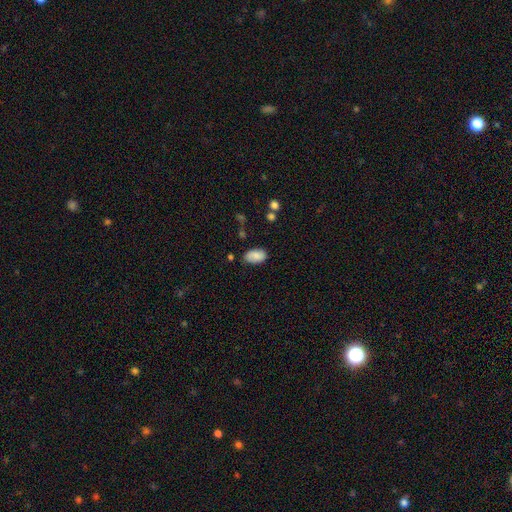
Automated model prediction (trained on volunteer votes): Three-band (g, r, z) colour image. It shows a smooth galaxy with no disk features (86%) that is in between round and cigar-shaped (94%). Merging: none (75%).